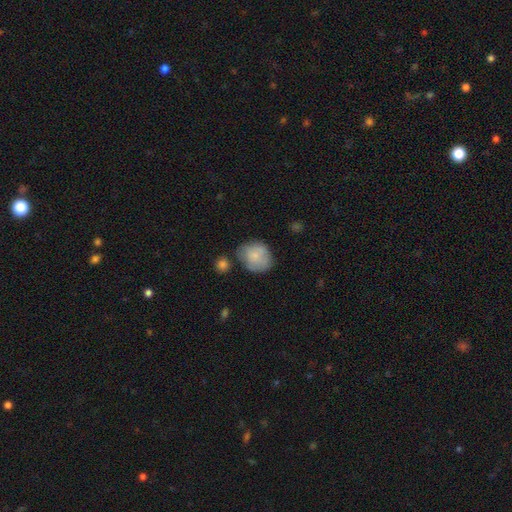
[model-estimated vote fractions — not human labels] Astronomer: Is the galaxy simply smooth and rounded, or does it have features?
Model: smooth — 77%.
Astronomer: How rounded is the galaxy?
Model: round — 62%.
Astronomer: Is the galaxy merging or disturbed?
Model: none — 55%.